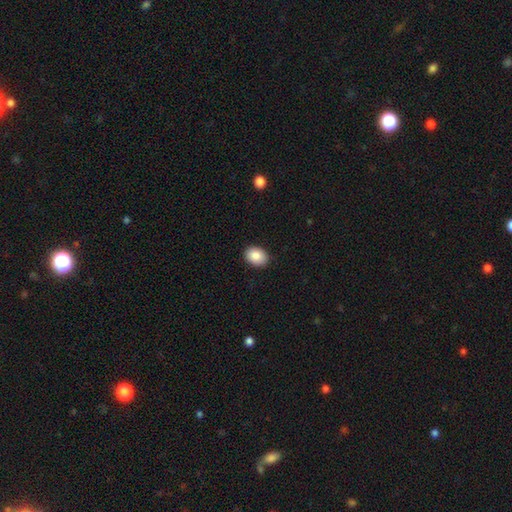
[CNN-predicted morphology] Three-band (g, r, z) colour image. It shows a smooth galaxy with no disk features (88%) that is in between round and cigar-shaped (70%). Merging: none (90%).